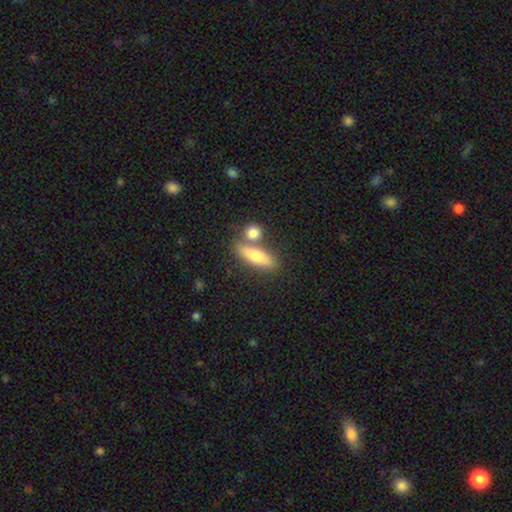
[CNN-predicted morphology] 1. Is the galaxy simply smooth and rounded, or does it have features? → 71% smooth, 22% featured or disk, 7% star or artifact.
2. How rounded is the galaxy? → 56% cigar-shaped, 39% in between, 5% round.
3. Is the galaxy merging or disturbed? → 66% none, 19% merger, 11% minor disturbance, 4% major disturbance.